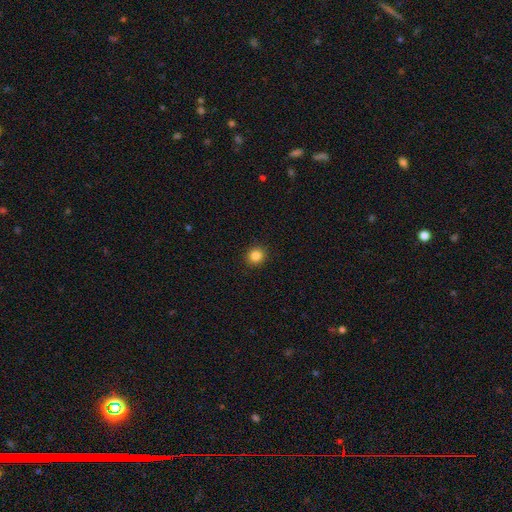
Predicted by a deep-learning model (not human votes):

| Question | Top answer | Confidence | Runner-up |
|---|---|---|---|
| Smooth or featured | smooth | 85% | star or artifact (11%) |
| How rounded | round | 90% | in between (9%) |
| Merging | none | 92% | minor disturbance (5%) |